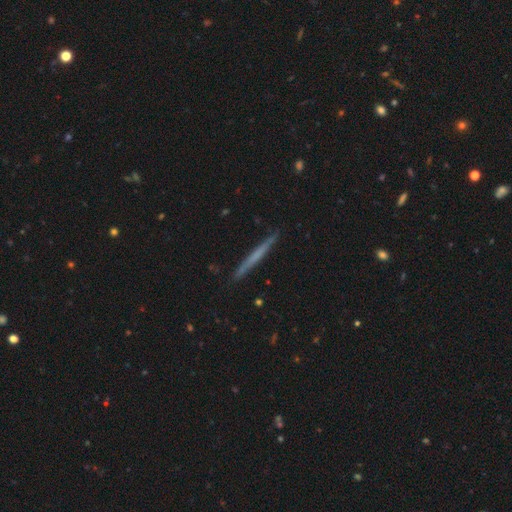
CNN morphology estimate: featured or disk 48%, smooth 47%, star or artifact 6%. Down the decision tree: merging — none (91%).